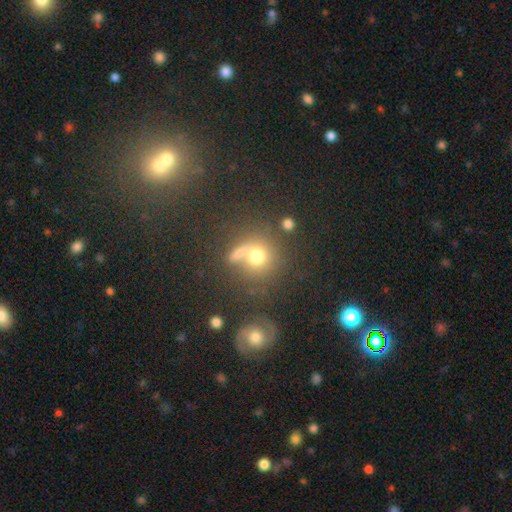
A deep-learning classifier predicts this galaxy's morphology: Smooth or featured? Predicted: smooth (p=0.65). How rounded? Predicted: round (p=0.85). Merging? Predicted: none (p=0.57).